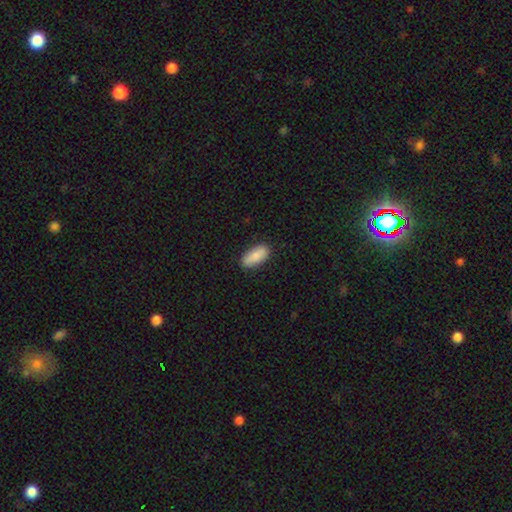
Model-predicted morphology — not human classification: smooth-or-featured: smooth: 87% | featured or disk: 7% | star or artifact: 6%
  how-rounded: in between: 83% | cigar-shaped: 15% | round: 2%
  merging: none: 87% | minor disturbance: 10% | major disturbance: 2% | merger: 1%